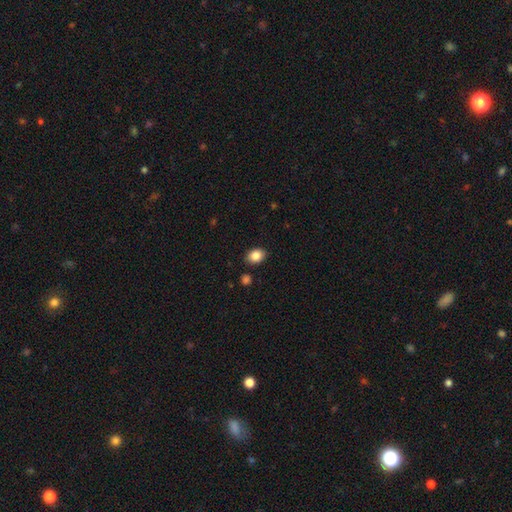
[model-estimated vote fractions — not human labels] Smooth or featured?
  - smooth: 86% *
  - star or artifact: 9%
  - featured or disk: 6%
How rounded?
  - in between: 67% *
  - round: 32%
  - cigar-shaped: 1%
Merging?
  - none: 87% *
  - minor disturbance: 9%
  - major disturbance: 2%
  - merger: 2%